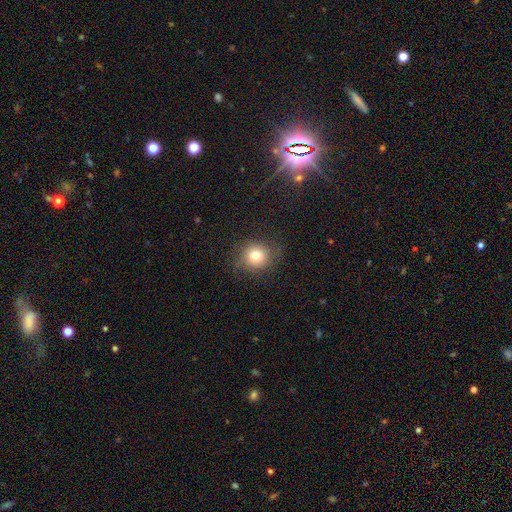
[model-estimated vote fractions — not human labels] This appears to be a smooth galaxy with no disk features (78%) that is round (83%). Merging: none (80%).